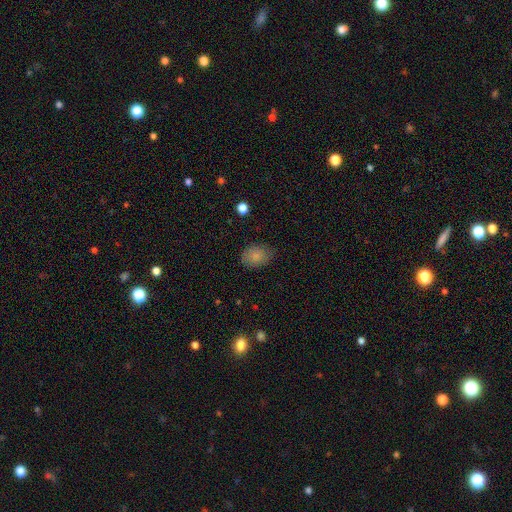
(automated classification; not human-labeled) This appears to be a smooth galaxy with no disk features (83%) that is in between round and cigar-shaped (74%). Merging: none (74%).